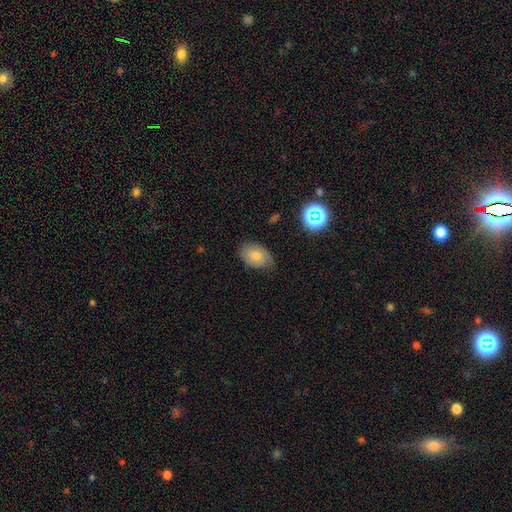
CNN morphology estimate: smooth 61%, featured or disk 27%, star or artifact 12%. Down the decision tree: how rounded — in between (82%); merging — none (67%).